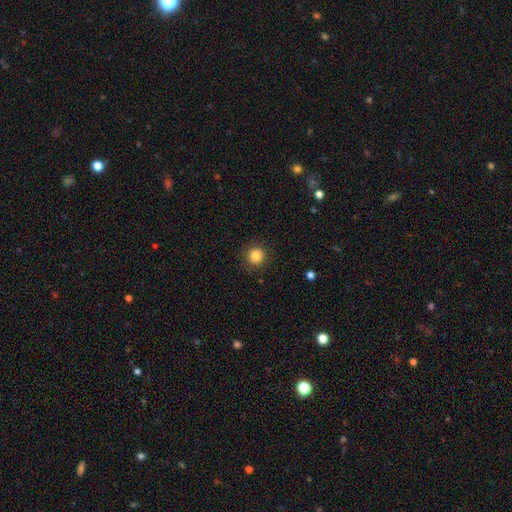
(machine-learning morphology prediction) Overall: smooth (84%). How rounded: round (95%). Merging: none (90%).